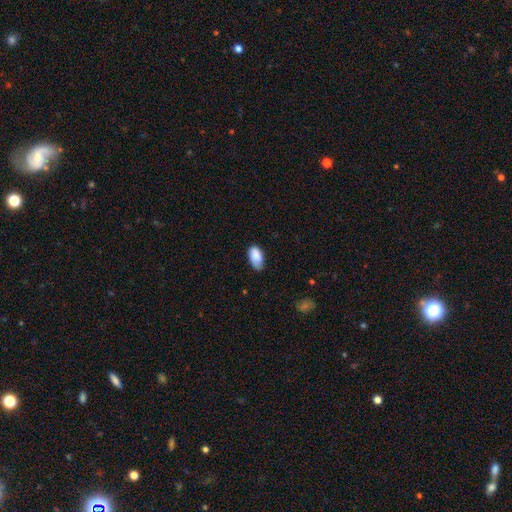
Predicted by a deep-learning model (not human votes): This appears to be a smooth galaxy with no disk features (87%) that is in between round and cigar-shaped (94%). Merging: none (64%).